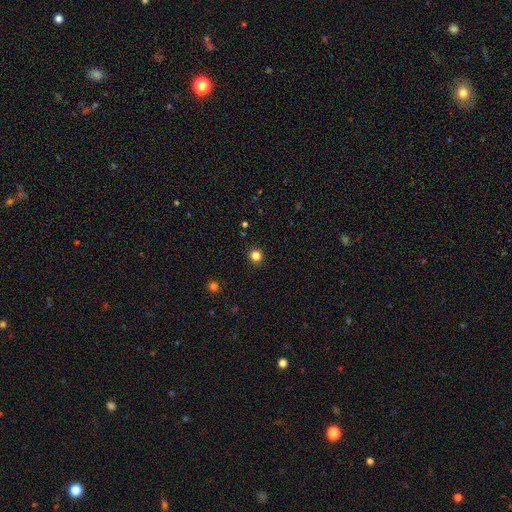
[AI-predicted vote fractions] Smooth or featured?
  - smooth: 82% *
  - star or artifact: 14%
  - featured or disk: 4%
How rounded?
  - round: 93% *
  - in between: 6%
  - cigar-shaped: 1%
Merging?
  - none: 92% *
  - minor disturbance: 5%
  - major disturbance: 2%
  - merger: 1%